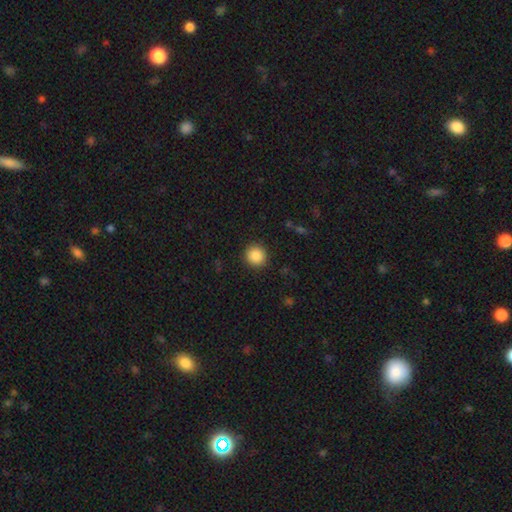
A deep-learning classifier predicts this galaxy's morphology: Smooth or featured?
  - smooth: 87% *
  - star or artifact: 9%
  - featured or disk: 4%
How rounded?
  - round: 94% *
  - in between: 5%
  - cigar-shaped: 1%
Merging?
  - none: 91% *
  - minor disturbance: 6%
  - major disturbance: 2%
  - merger: 1%